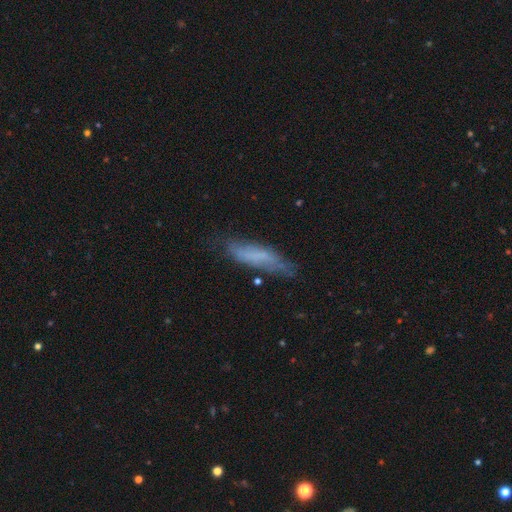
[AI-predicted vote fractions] A smooth galaxy with no disk features (58%) that is cigar-shaped (69%).

Vote fractions:
- Smooth or featured? smooth: 58% / featured or disk: 33% / star or artifact: 9%
- How rounded? cigar-shaped: 69% / in between: 29% / round: 2%
- Merging? none: 61% / minor disturbance: 28% / major disturbance: 9% / merger: 3%